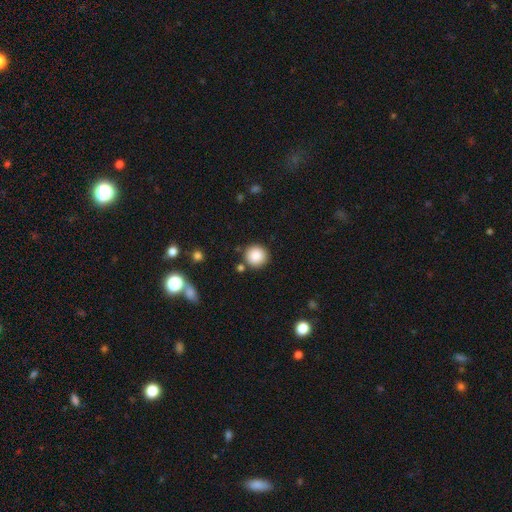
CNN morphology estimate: A smooth galaxy with no disk features (87%) that is round (94%). Merging: none (86%).